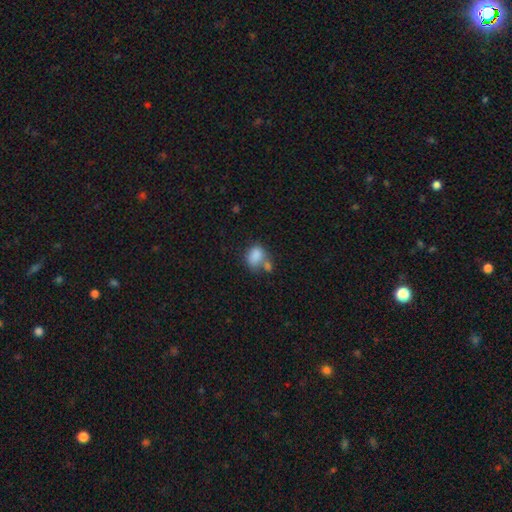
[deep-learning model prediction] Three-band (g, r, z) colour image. It shows a smooth galaxy with no disk features (83%) that is in between round and cigar-shaped (69%). Merging: merger (39%).